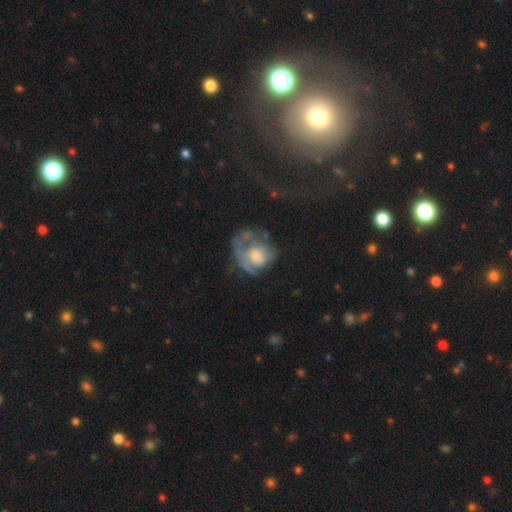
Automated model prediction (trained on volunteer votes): Smooth or featured?
  - featured or disk: 61% *
  - smooth: 30%
  - star or artifact: 9%
Edge-on disk?
  - no: 97% *
  - yes: 3%
Bar?
  - no: 82% *
  - weak: 15%
  - strong: 3%
Spiral arms?
  - yes: 55% *
  - no: 45%
Bulge size?
  - moderate: 49% *
  - small: 23%
  - large: 18%
  - none: 8%
  - dominant: 2%
Merging?
  - major disturbance: 38% *
  - none: 36%
  - minor disturbance: 22%
  - merger: 5%